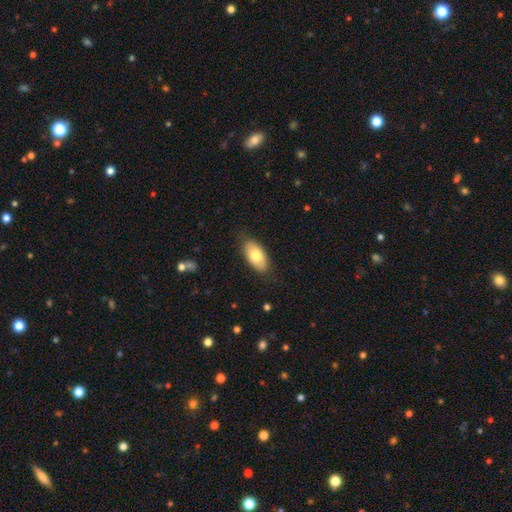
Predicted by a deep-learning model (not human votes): This is likely a smooth galaxy (77%). How rounded: clearly in between (93%). Merging: clearly none (82%).